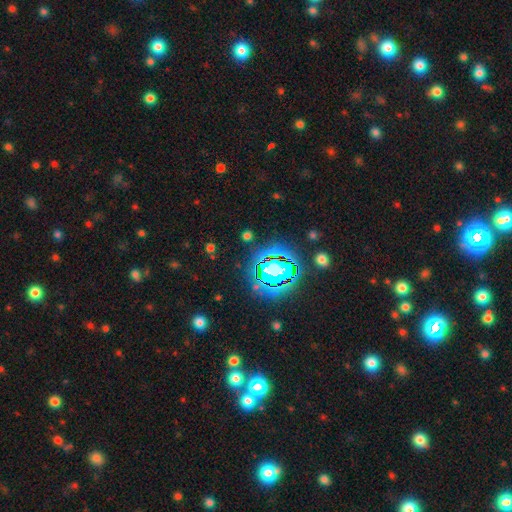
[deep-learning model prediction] A star or artifact, not a galaxy (78%).

Vote fractions:
- Smooth or featured? star or artifact: 78% / smooth: 13% / featured or disk: 9%